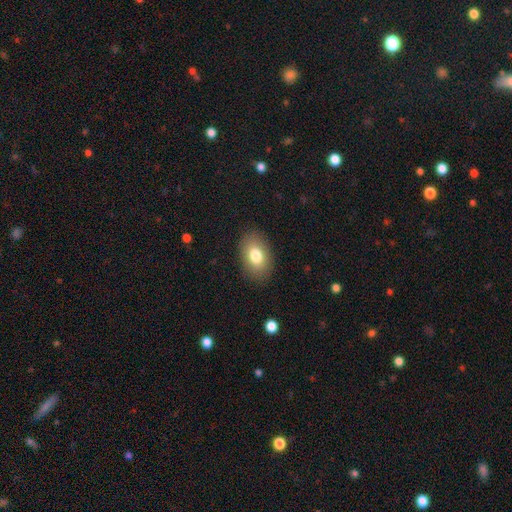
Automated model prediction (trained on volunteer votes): Smooth or featured? smooth (79%)
How rounded? in between (86%)
Merging? none (86%)